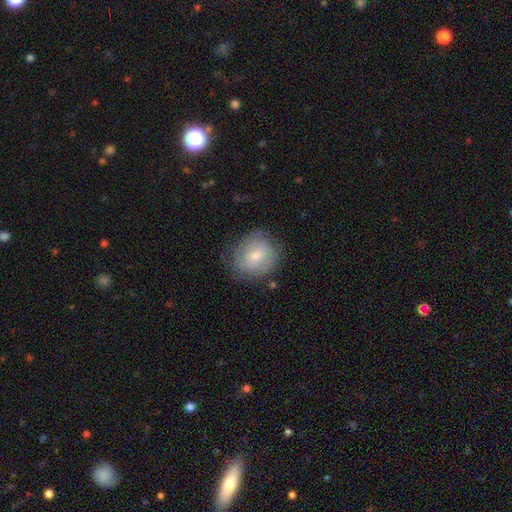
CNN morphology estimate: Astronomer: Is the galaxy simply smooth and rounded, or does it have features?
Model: featured or disk — 55% (runner-up: smooth, 37%).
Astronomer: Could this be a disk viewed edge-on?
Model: no — 97%.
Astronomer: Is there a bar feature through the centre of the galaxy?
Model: weak — 53% (runner-up: no, 36%).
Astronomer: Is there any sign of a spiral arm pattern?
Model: yes — 80%.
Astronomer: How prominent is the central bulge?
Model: moderate — 48% (runner-up: small, 46%).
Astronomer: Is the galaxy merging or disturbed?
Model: none — 72%.